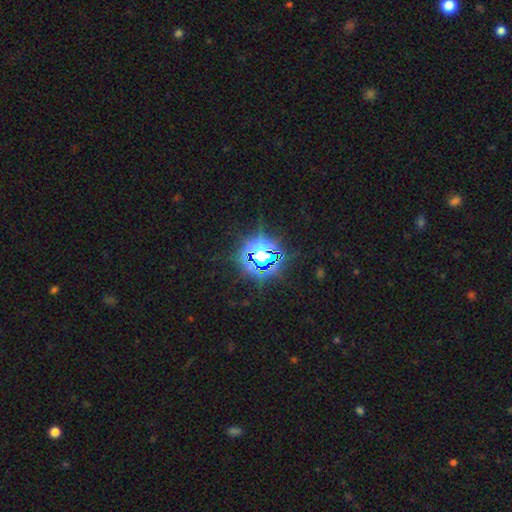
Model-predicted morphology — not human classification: Q: Smooth or featured?
A: star or artifact (75%); runner-up: smooth (15%)